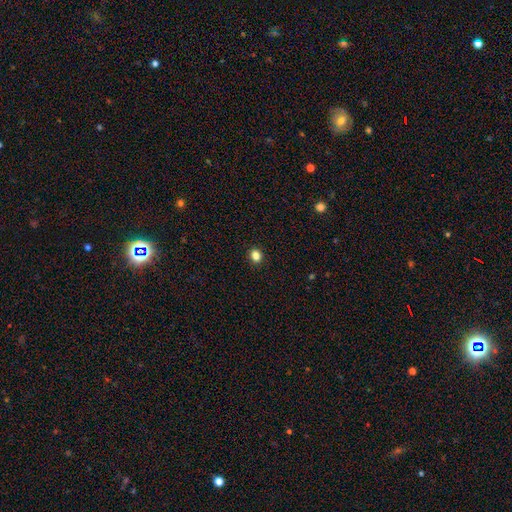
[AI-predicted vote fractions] The model was most divided on "how rounded": round: 72%, in between: 27%, cigar-shaped: 1%. More confident: merging — none (92%); smooth or featured — smooth (84%).